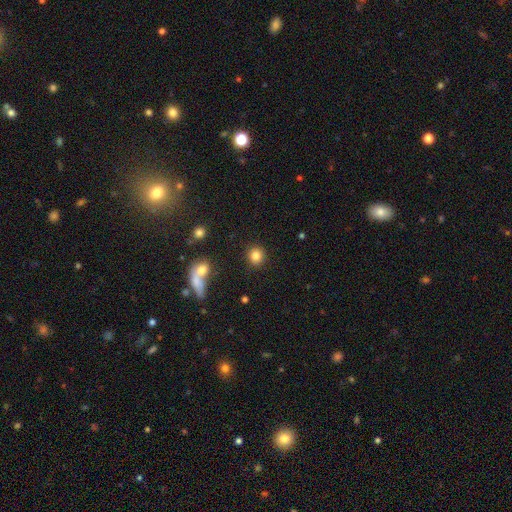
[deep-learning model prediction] This appears to be a smooth galaxy with no disk features (84%) that is round (89%). Merging: none (88%).